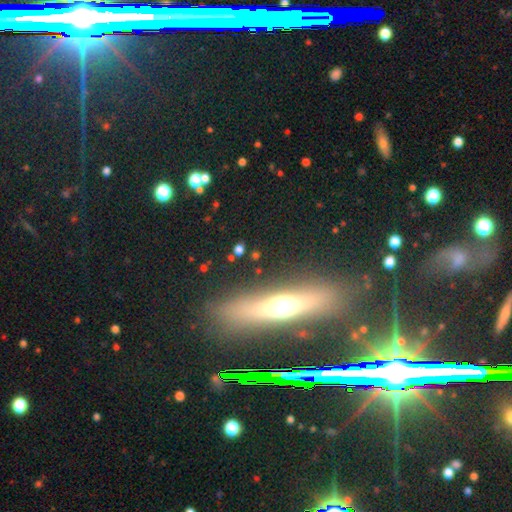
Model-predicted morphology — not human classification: featured or disk 43%, smooth 39%, star or artifact 17%. Down the decision tree: merging — none (84%).